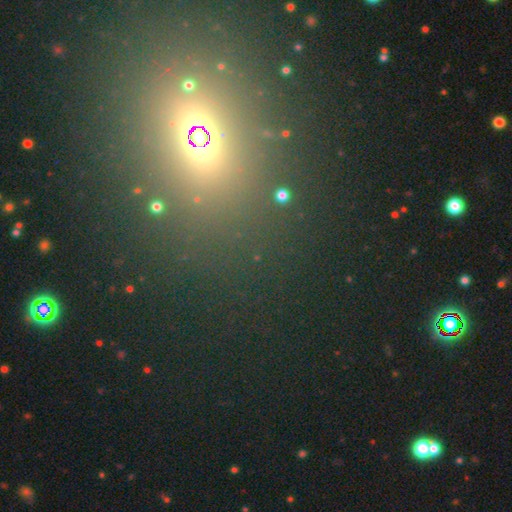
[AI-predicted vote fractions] Smooth or featured: star or artifact — 55% (smooth — 33%)